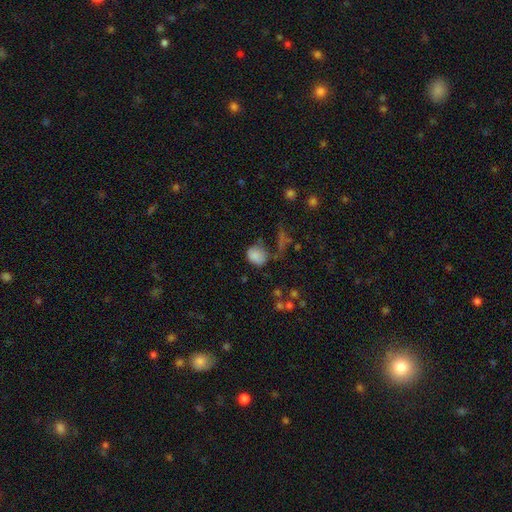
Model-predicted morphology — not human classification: Smooth or featured?
  - smooth: 80% *
  - star or artifact: 12%
  - featured or disk: 9%
How rounded?
  - round: 55% *
  - in between: 44%
  - cigar-shaped: 1%
Merging?
  - none: 51% *
  - minor disturbance: 27%
  - major disturbance: 14%
  - merger: 8%